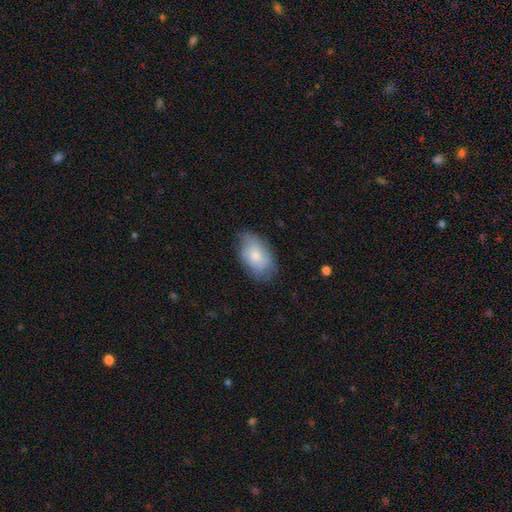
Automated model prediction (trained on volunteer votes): This is likely a smooth galaxy (72%). How rounded: clearly in between (92%). Merging: likely none (69%).